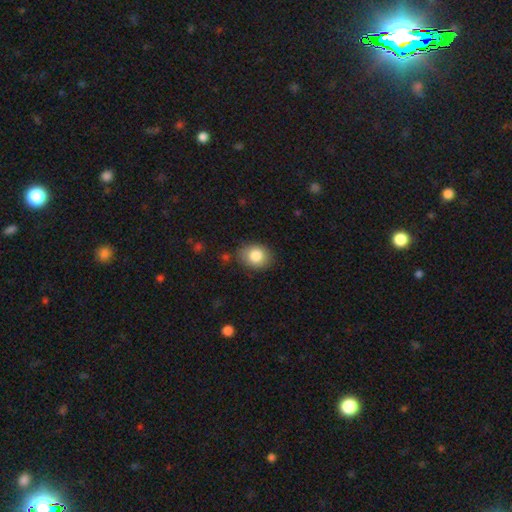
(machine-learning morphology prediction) smooth_or_featured: smooth (p=0.83) [alt: featured or disk p=0.08]
how_rounded: round (p=0.54) [alt: in between p=0.45]
merging: none (p=0.82) [alt: minor disturbance p=0.13]